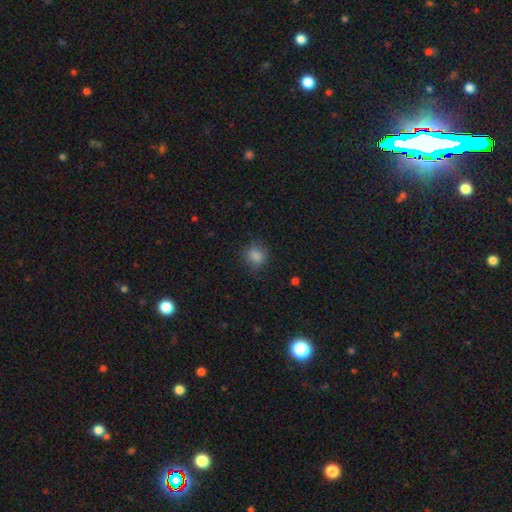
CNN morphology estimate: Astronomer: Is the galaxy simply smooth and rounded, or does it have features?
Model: smooth — 85%.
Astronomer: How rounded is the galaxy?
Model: round — 73%.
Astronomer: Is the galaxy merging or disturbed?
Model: none — 81%.